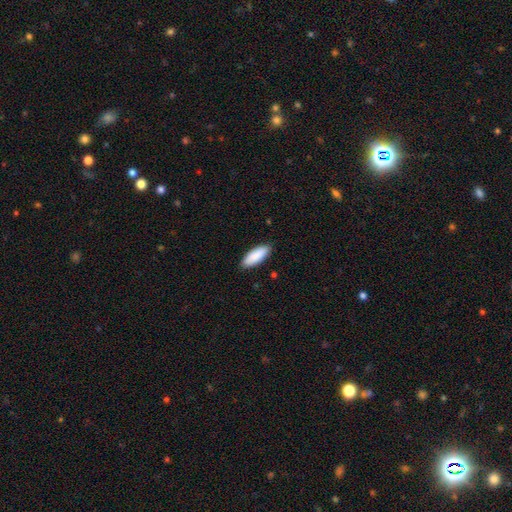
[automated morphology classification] This is clearly a smooth galaxy (90%). How rounded: likely in between (71%). Merging: clearly none (89%).